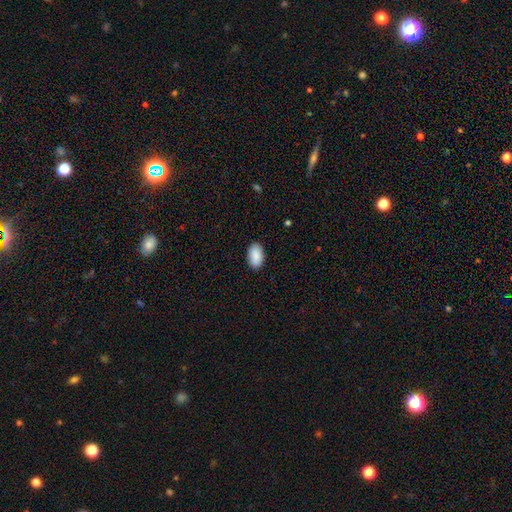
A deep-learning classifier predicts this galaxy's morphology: A smooth galaxy with no disk features (91%) that is in between round and cigar-shaped (95%).

Vote fractions:
- Smooth or featured? smooth: 91% / star or artifact: 6% / featured or disk: 3%
- How rounded? in between: 95% / round: 4% / cigar-shaped: 1%
- Merging? none: 90% / minor disturbance: 7% / major disturbance: 2% / merger: 1%